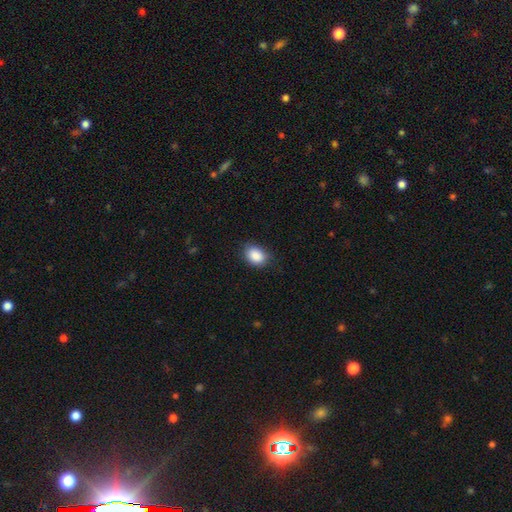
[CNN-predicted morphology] smooth-or-featured: smooth: 89% | star or artifact: 8% | featured or disk: 3%
  how-rounded: in between: 71% | round: 28% | cigar-shaped: 1%
  merging: none: 79% | minor disturbance: 17% | major disturbance: 3% | merger: 1%